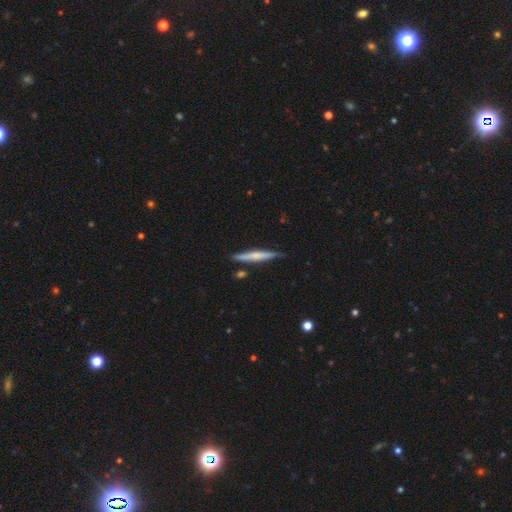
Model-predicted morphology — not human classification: Q: Smooth or featured?
A: featured or disk (50%); runner-up: smooth (44%)
Q: Edge-on disk?
A: yes (96%); runner-up: no (4%)
Q: Merging?
A: none (83%); runner-up: minor disturbance (12%)